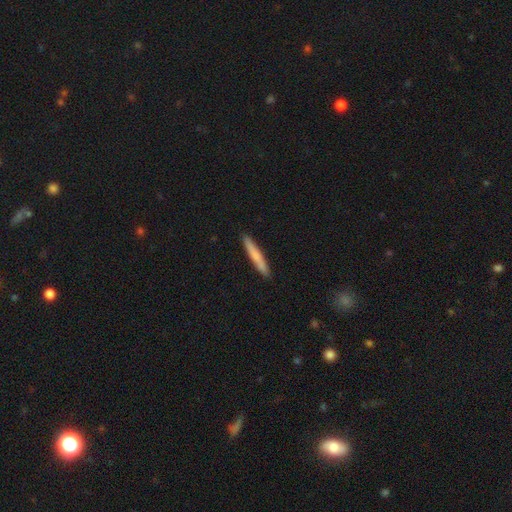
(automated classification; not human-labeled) smooth_or_featured: smooth (p=0.70) [alt: featured or disk p=0.24]
how_rounded: cigar-shaped (p=0.96) [alt: in between p=0.03]
merging: none (p=0.91) [alt: minor disturbance p=0.06]